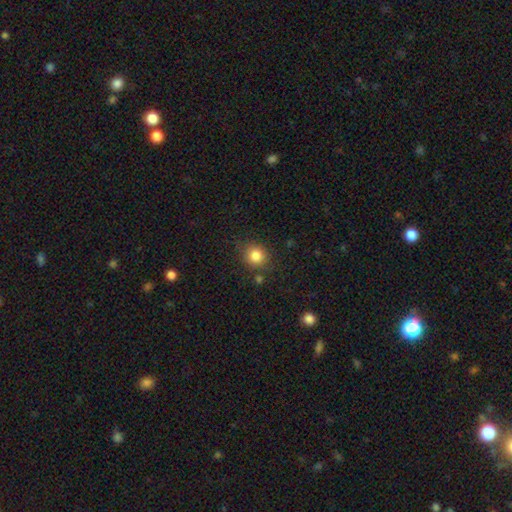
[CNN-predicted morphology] Smooth or featured? smooth (84%)
How rounded? round (84%)
Merging? none (79%)